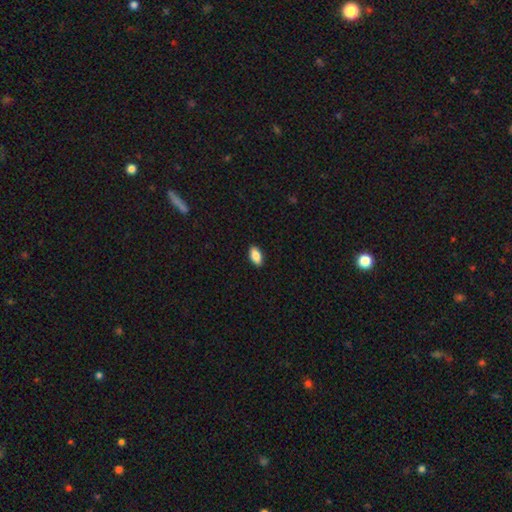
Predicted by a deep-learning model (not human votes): This appears to be a smooth galaxy with no disk features (86%) that is in between round and cigar-shaped (91%). Merging: none (90%).